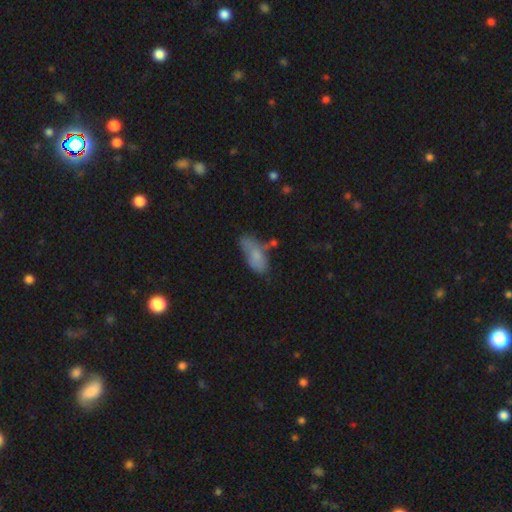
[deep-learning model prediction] smooth 72%, featured or disk 19%, star or artifact 9%. Down the decision tree: how rounded — in between (82%); merging — none (44%).